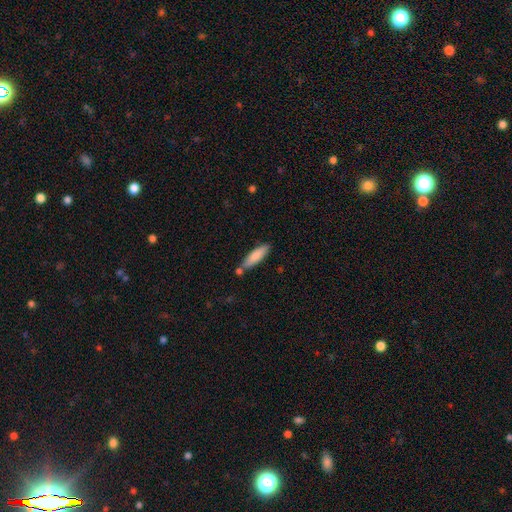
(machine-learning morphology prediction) Smooth or featured?
  - smooth: 82% *
  - featured or disk: 13%
  - star or artifact: 6%
How rounded?
  - cigar-shaped: 67% *
  - in between: 31%
  - round: 1%
Merging?
  - none: 71% *
  - minor disturbance: 14%
  - merger: 11%
  - major disturbance: 3%